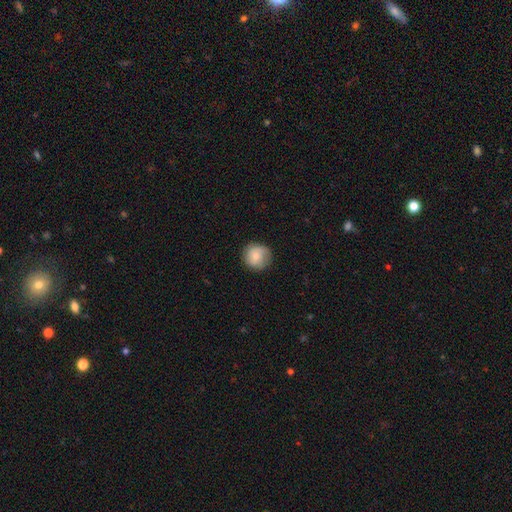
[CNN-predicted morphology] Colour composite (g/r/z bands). It shows a smooth galaxy with no disk features (70%) that is round (92%). Merging: none (79%).